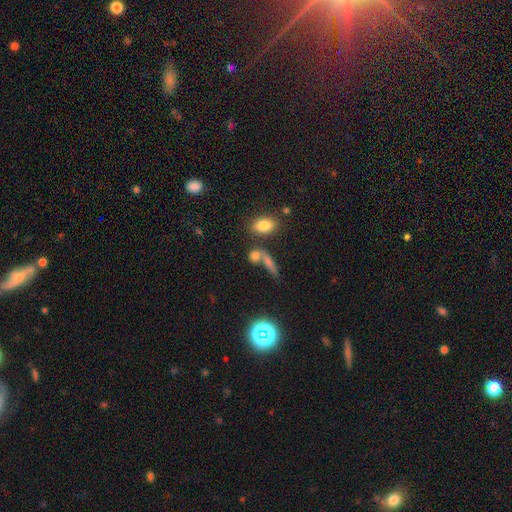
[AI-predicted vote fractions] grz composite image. It shows a smooth galaxy with no disk features (69%) that is in between round and cigar-shaped (49%). Merging: none (44%).